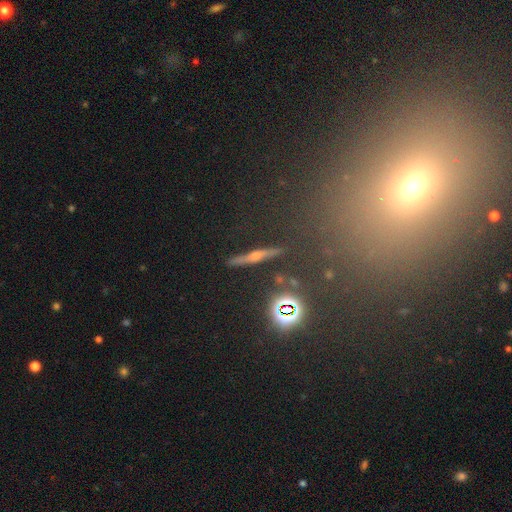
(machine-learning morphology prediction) Smooth or featured? star or artifact (44%)